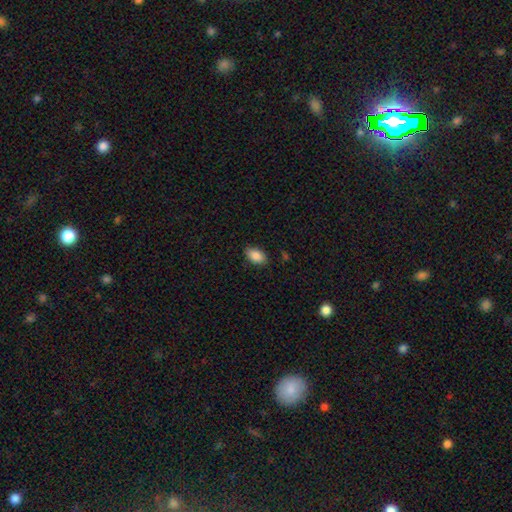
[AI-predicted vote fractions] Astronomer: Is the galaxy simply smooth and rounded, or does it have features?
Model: smooth — 87%.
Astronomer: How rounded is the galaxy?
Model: in between — 91%.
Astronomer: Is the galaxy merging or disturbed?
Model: none — 84%.